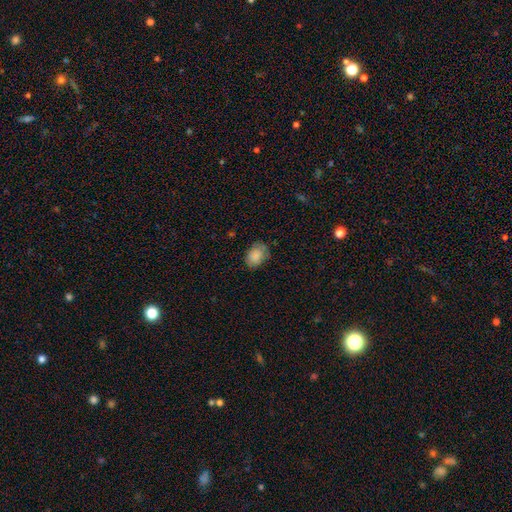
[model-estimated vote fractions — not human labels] Smooth or featured: smooth — 81% (featured or disk — 11%)
How rounded: in between — 75% (round — 24%)
Merging: none — 66% (minor disturbance — 25%)